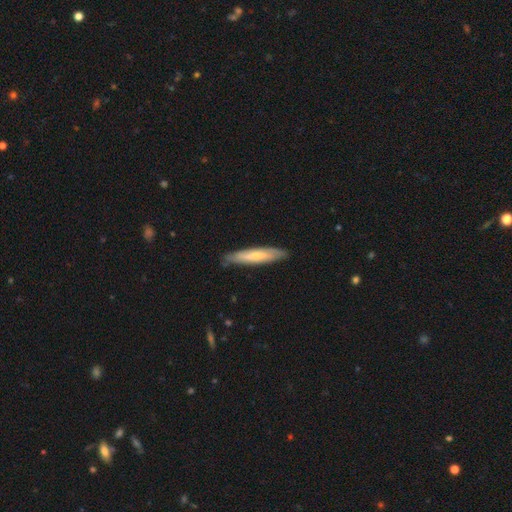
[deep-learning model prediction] Q: Smooth or featured?
A: smooth (51%); runner-up: featured or disk (43%)
Q: How rounded?
A: cigar-shaped (82%); runner-up: in between (16%)
Q: Merging?
A: none (81%); runner-up: minor disturbance (15%)